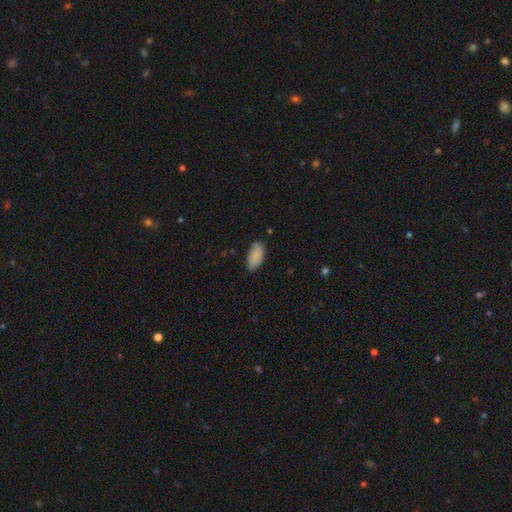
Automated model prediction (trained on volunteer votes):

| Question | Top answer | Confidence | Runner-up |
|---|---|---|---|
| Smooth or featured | smooth | 83% | featured or disk (10%) |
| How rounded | in between | 93% | cigar-shaped (5%) |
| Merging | none | 66% | minor disturbance (28%) |